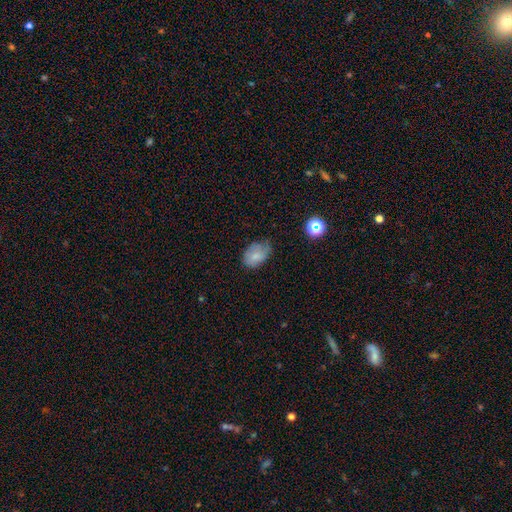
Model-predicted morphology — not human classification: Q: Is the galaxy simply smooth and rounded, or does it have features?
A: smooth — 74%.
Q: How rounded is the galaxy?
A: in between — 79%.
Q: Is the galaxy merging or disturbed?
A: none — 50%.